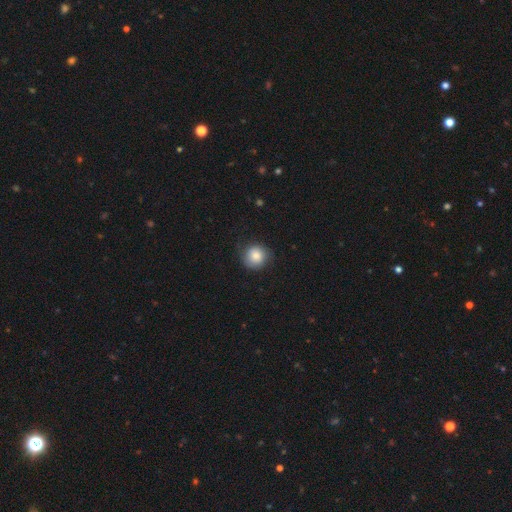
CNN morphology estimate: A smooth galaxy with no disk features (81%) that is round (89%).

Vote fractions:
- Smooth or featured? smooth: 81% / featured or disk: 11% / star or artifact: 8%
- How rounded? round: 89% / in between: 10% / cigar-shaped: 1%
- Merging? none: 75% / minor disturbance: 18% / major disturbance: 6% / merger: 1%